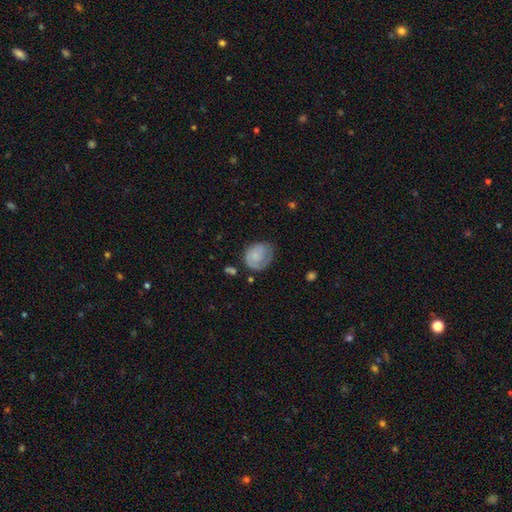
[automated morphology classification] This appears to be a smooth galaxy with no disk features (51%) that is round (56%). Merging: none (54%).